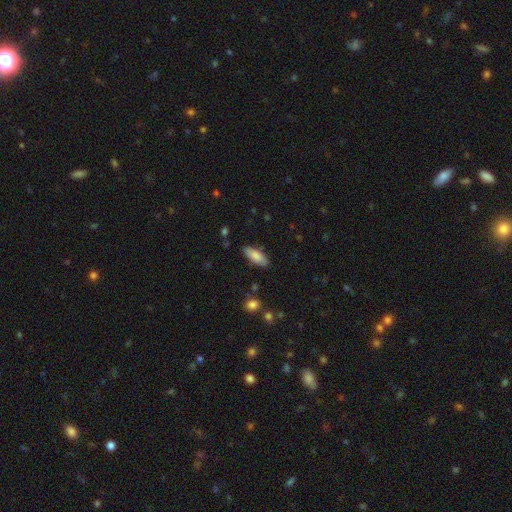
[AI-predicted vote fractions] smooth-or-featured: smooth: 84% | featured or disk: 10% | star or artifact: 6%
  how-rounded: in between: 77% | cigar-shaped: 21% | round: 2%
  merging: none: 85% | minor disturbance: 11% | major disturbance: 2% | merger: 2%